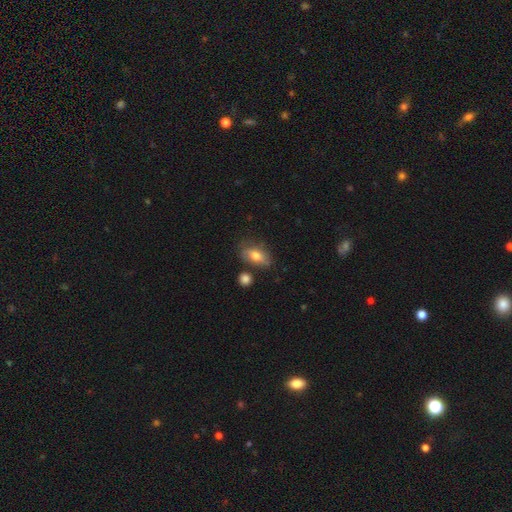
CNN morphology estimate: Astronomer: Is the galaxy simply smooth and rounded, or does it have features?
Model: smooth — 72%.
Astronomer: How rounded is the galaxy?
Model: in between — 85%.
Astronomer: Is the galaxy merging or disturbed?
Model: none — 63%.